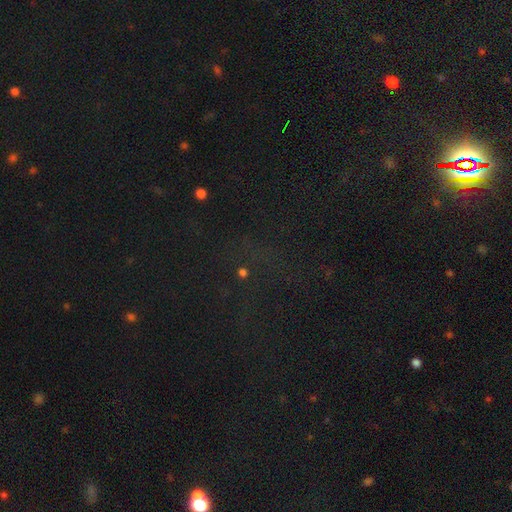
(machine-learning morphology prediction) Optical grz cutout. It shows a star or artifact, not a galaxy (78%).